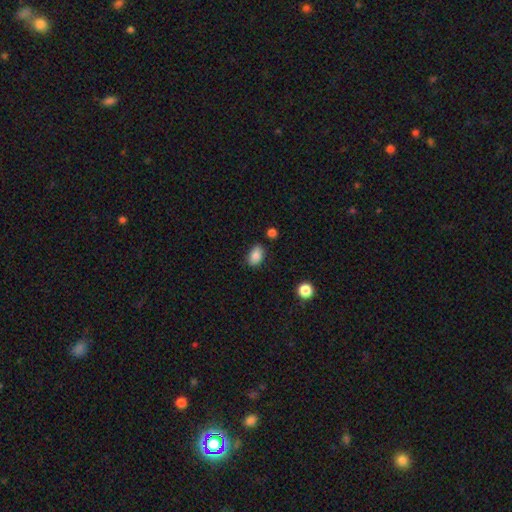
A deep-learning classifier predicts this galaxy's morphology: Overall: smooth (85%). How rounded: in between (85%). Merging: none (80%).